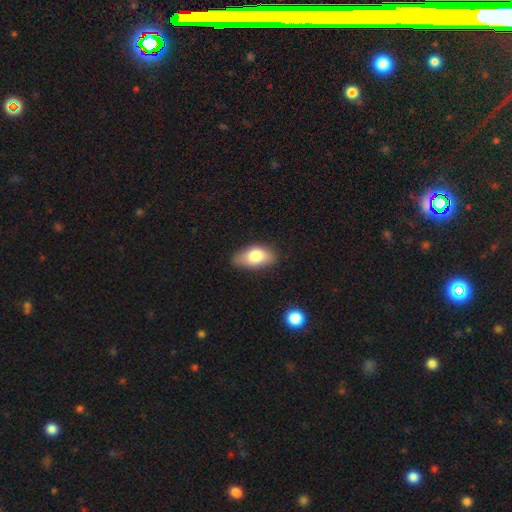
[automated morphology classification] This appears to be a smooth galaxy with no disk features (79%) that is in between round and cigar-shaped (92%). Merging: none (71%).